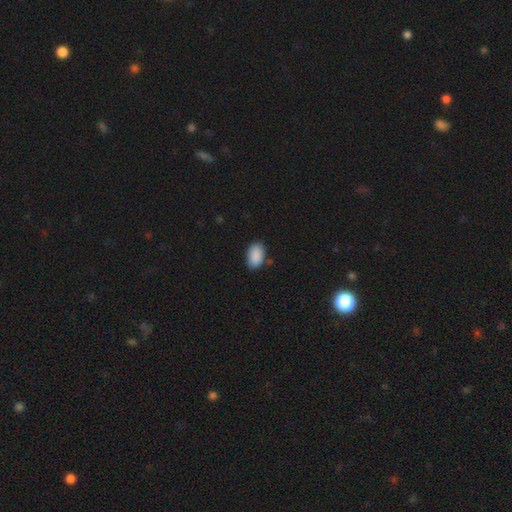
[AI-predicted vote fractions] Q: Smooth or featured?
A: smooth (90%); runner-up: star or artifact (7%)
Q: How rounded?
A: in between (92%); runner-up: round (7%)
Q: Merging?
A: none (80%); runner-up: minor disturbance (15%)